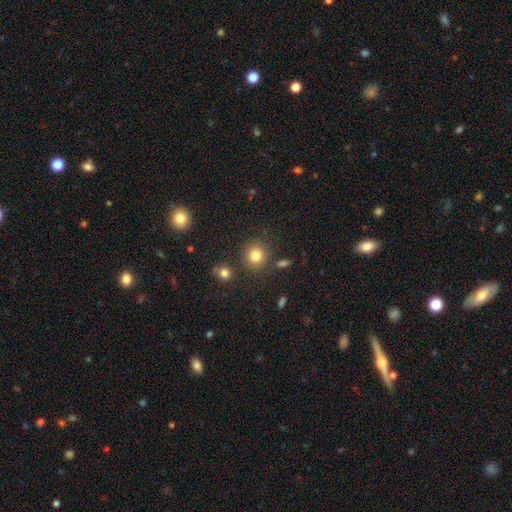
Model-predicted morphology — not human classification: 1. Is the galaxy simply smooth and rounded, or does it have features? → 82% smooth, 11% star or artifact, 6% featured or disk.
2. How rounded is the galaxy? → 86% round, 13% in between, 1% cigar-shaped.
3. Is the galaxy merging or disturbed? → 82% none, 9% minor disturbance, 6% merger, 3% major disturbance.